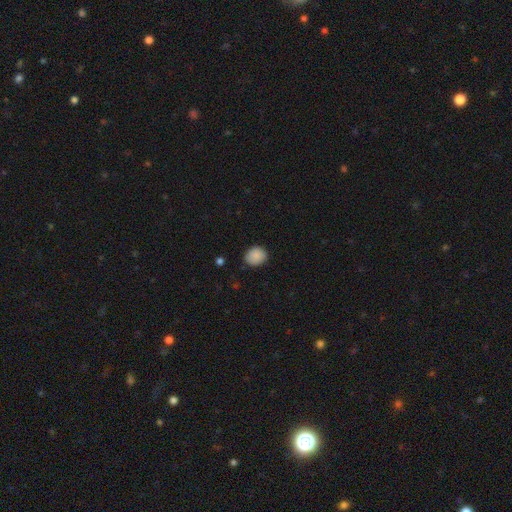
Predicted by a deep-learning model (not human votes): This appears to be a smooth galaxy with no disk features (88%) that is round (66%). Merging: none (83%).